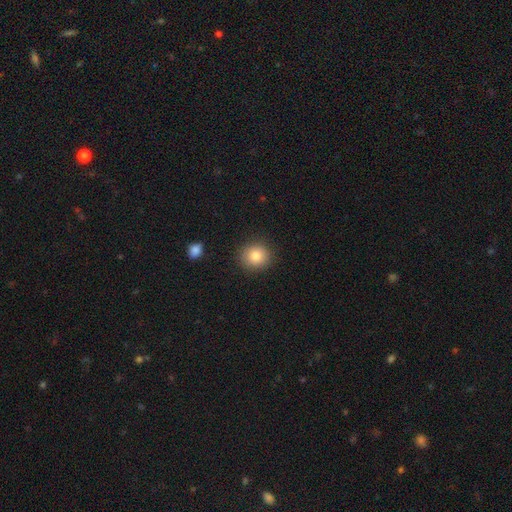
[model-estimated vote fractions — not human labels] Smooth or featured: smooth — 82% (star or artifact — 10%)
How rounded: round — 86% (in between — 13%)
Merging: none — 89% (minor disturbance — 8%)